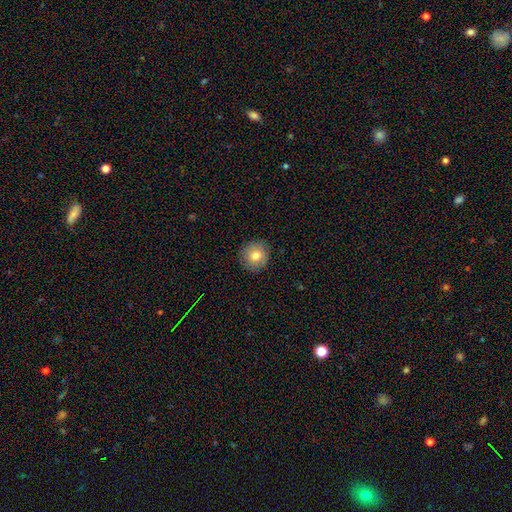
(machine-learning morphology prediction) Smooth or featured? smooth (78%)
How rounded? round (93%)
Merging? none (89%)